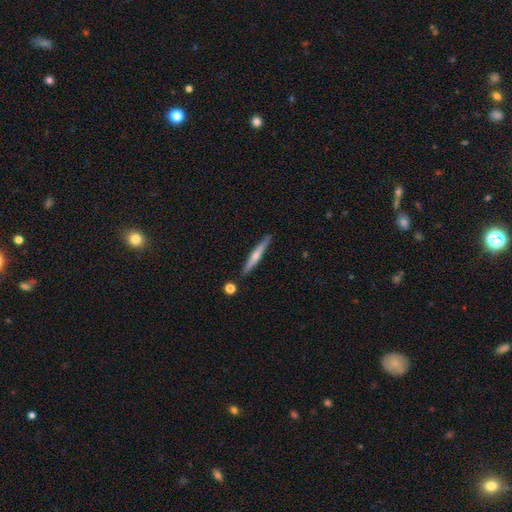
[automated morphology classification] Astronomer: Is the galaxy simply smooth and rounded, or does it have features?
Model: smooth — 48% (runner-up: featured or disk, 46%).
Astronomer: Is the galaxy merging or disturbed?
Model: none — 86%.